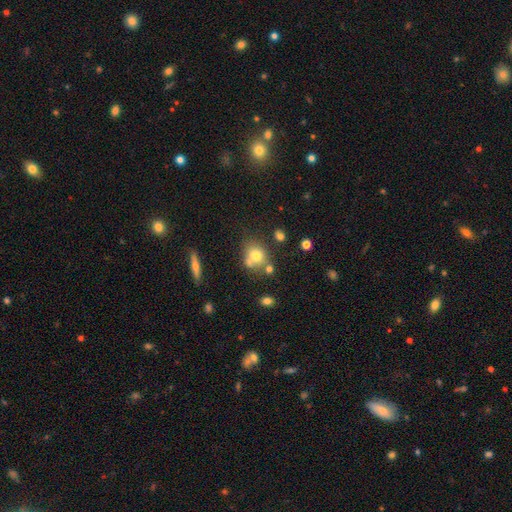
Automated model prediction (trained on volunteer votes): This appears to be a smooth galaxy with no disk features (71%) that is round (67%). Merging: none (53%).